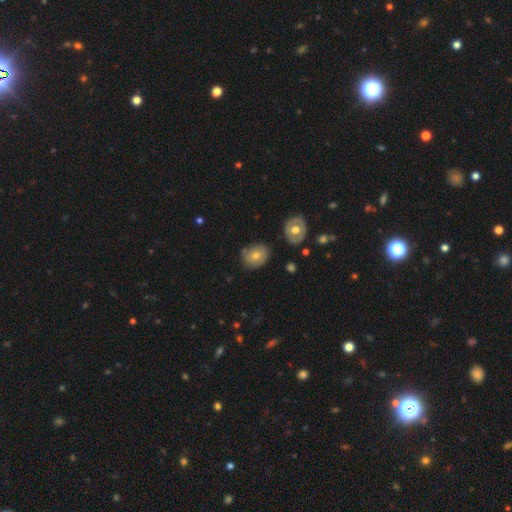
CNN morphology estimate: smooth_or_featured: smooth (p=0.70) [alt: featured or disk p=0.21]
how_rounded: round (p=0.53) [alt: in between p=0.46]
merging: none (p=0.74) [alt: minor disturbance p=0.18]